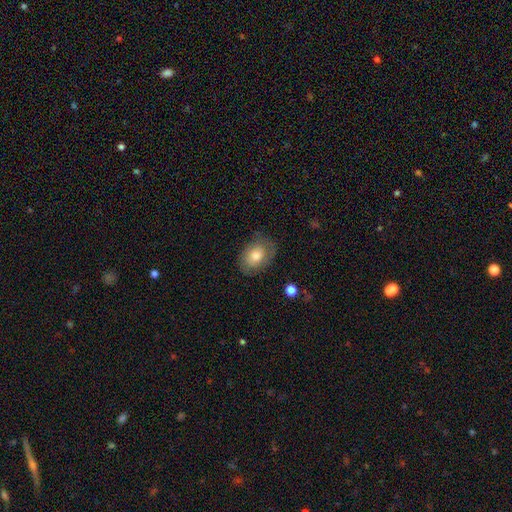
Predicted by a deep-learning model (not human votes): Q: Smooth or featured?
A: smooth (67%); runner-up: featured or disk (25%)
Q: How rounded?
A: in between (74%); runner-up: round (25%)
Q: Merging?
A: none (72%); runner-up: minor disturbance (20%)